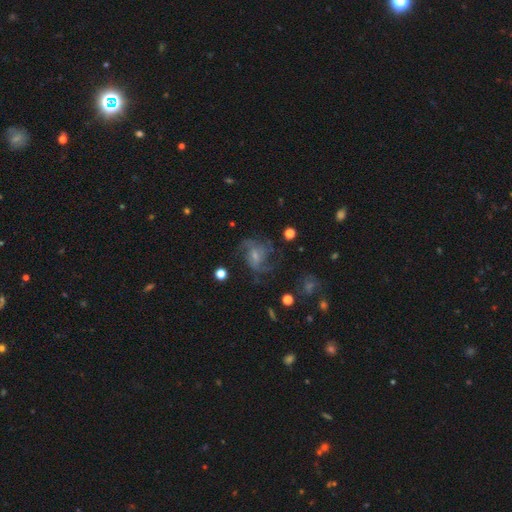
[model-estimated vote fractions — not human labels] Smooth or featured? Predicted: featured or disk (p=0.75). Edge-on disk? Predicted: no (p=0.98). Bar? Predicted: weak (p=0.48). Spiral arms? Predicted: yes (p=0.91). Spiral winding? Predicted: medium (p=0.50). Spiral arm count? Predicted: 2 (p=0.29). Bulge size? Predicted: small (p=0.54). Merging? Predicted: none (p=0.55).